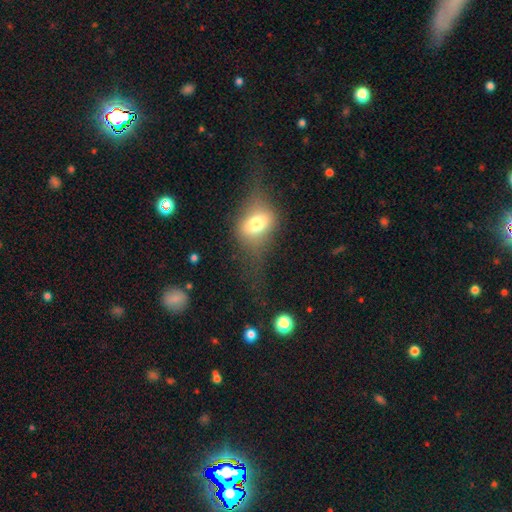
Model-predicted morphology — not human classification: Smooth or featured? featured or disk (46%)
Merging? none (53%)